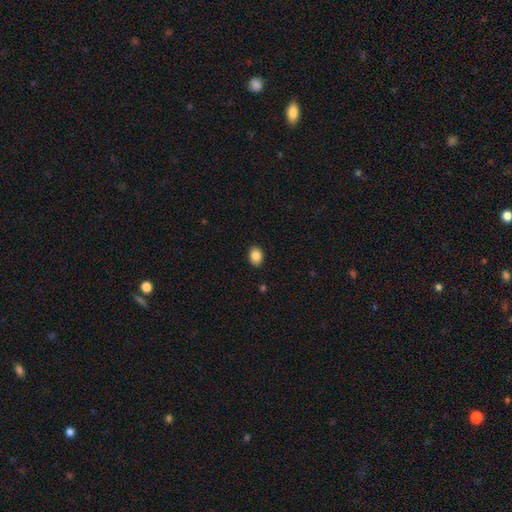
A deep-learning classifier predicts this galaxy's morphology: Smooth or featured: smooth — 87% (star or artifact — 8%)
How rounded: in between — 70% (round — 29%)
Merging: none — 90% (minor disturbance — 7%)